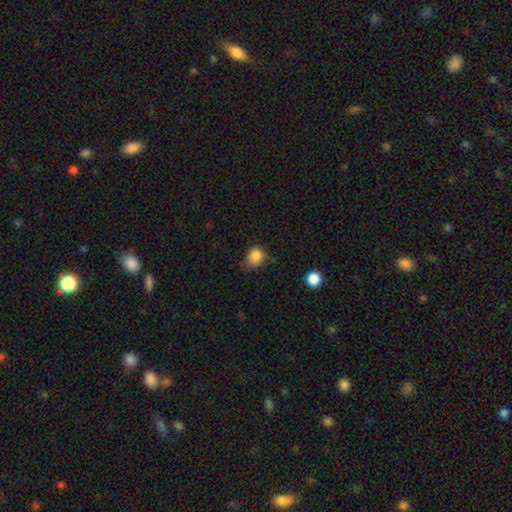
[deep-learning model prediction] Q: Smooth or featured?
A: smooth (84%); runner-up: star or artifact (11%)
Q: How rounded?
A: round (60%); runner-up: in between (39%)
Q: Merging?
A: none (55%); runner-up: minor disturbance (34%)